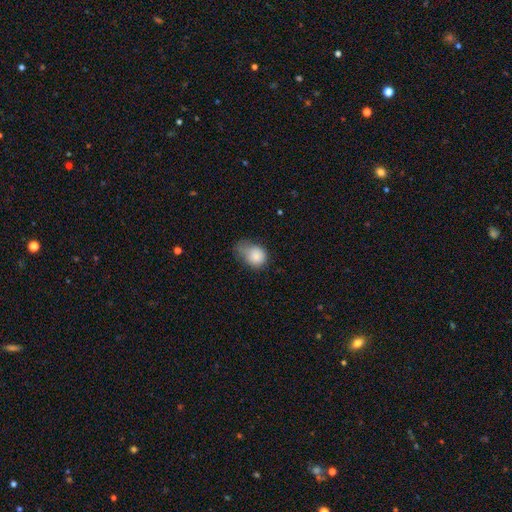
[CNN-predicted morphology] Smooth or featured? Predicted: smooth (p=0.82). How rounded? Predicted: round (p=0.50). Merging? Predicted: minor disturbance (p=0.42).